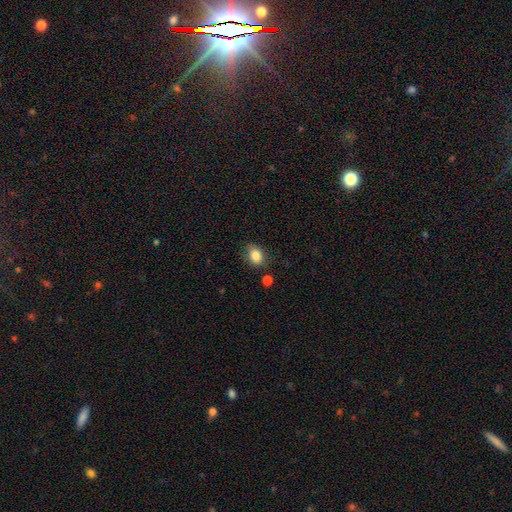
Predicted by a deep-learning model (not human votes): A smooth galaxy with no disk features (84%) that is in between round and cigar-shaped (62%). Merging: none (77%).